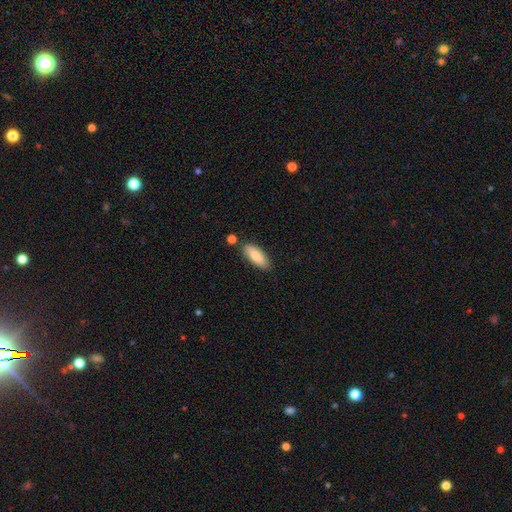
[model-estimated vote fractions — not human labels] Q: Smooth or featured?
A: smooth (83%); runner-up: featured or disk (11%)
Q: How rounded?
A: in between (75%); runner-up: cigar-shaped (23%)
Q: Merging?
A: none (79%); runner-up: minor disturbance (13%)